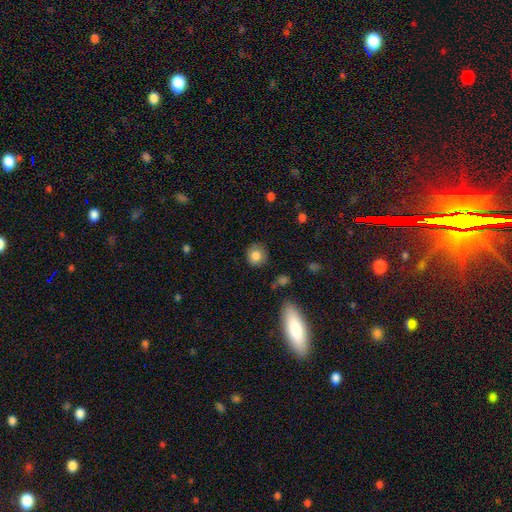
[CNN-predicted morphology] Smooth or featured? Predicted: smooth (p=0.83). How rounded? Predicted: round (p=0.83). Merging? Predicted: none (p=0.82).